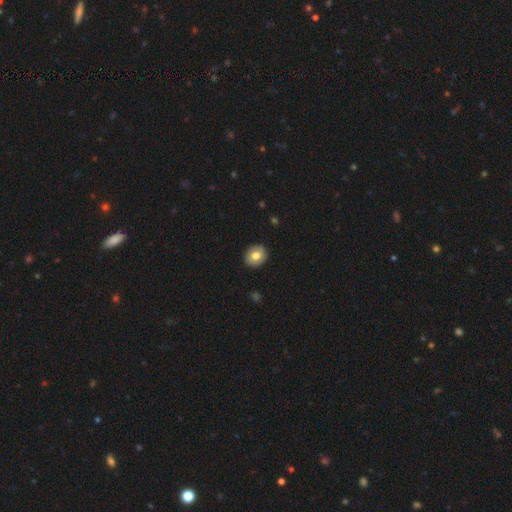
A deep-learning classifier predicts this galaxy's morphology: The model was most divided on "how rounded": round: 70%, in between: 29%, cigar-shaped: 1%. More confident: merging — none (89%); smooth or featured — smooth (76%).